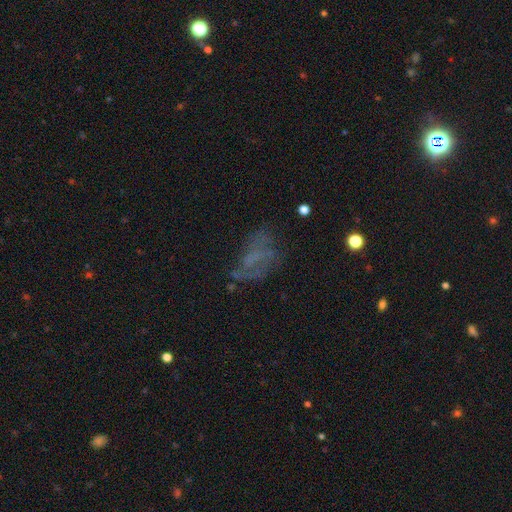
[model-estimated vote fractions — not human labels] Morphology: type=featured or disk (43%); merging=none (44%).